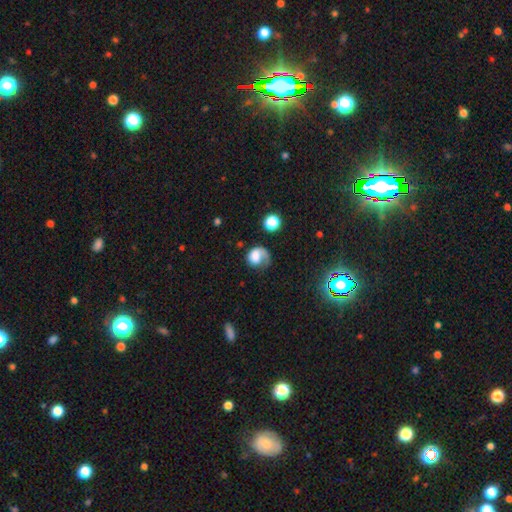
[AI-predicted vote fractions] smooth 46%, featured or disk 44%, star or artifact 9%. Down the decision tree: merging — none (38%).